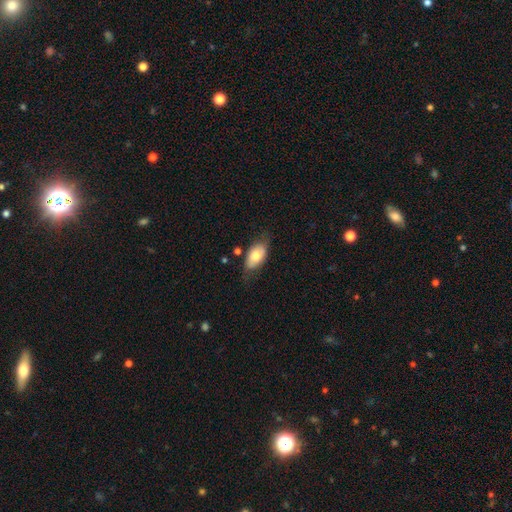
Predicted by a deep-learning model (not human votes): Smooth or featured? smooth (72%)
How rounded? in between (92%)
Merging? none (66%)